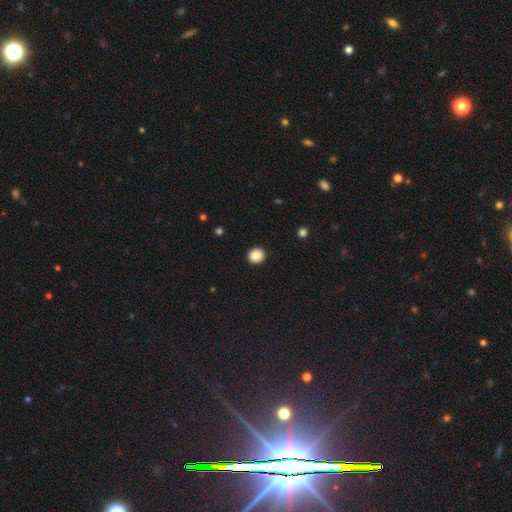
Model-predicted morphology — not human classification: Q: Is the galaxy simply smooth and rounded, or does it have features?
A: smooth — 86%.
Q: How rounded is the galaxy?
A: round — 88%.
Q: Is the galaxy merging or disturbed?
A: none — 93%.